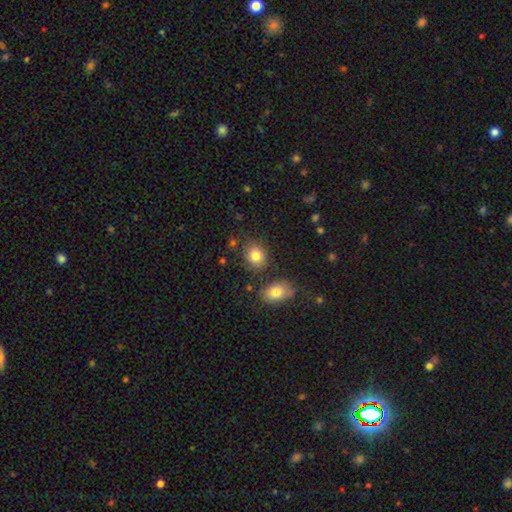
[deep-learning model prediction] This appears to be a smooth galaxy with no disk features (83%) that is round (61%). Merging: none (79%).